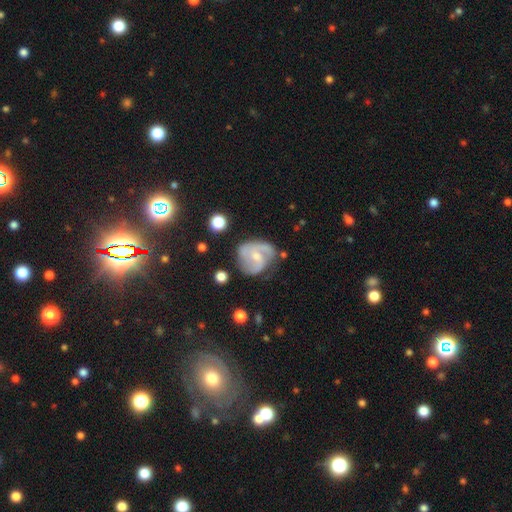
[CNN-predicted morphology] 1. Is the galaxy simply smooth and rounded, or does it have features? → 77% featured or disk, 17% smooth, 6% star or artifact.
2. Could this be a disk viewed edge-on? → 98% no, 2% yes.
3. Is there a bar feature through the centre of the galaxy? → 46% weak, 44% no, 10% strong.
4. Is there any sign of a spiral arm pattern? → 92% yes, 8% no.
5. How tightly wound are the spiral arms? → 50% medium, 29% tight, 22% loose.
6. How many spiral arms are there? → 66% 2, 12% can't tell, 10% 3, 8% 1, 2% 4, 2% more than 4.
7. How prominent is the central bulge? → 49% small, 40% moderate, 8% none, 2% large, 1% dominant.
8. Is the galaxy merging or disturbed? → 55% none, 25% minor disturbance, 15% major disturbance, 4% merger.